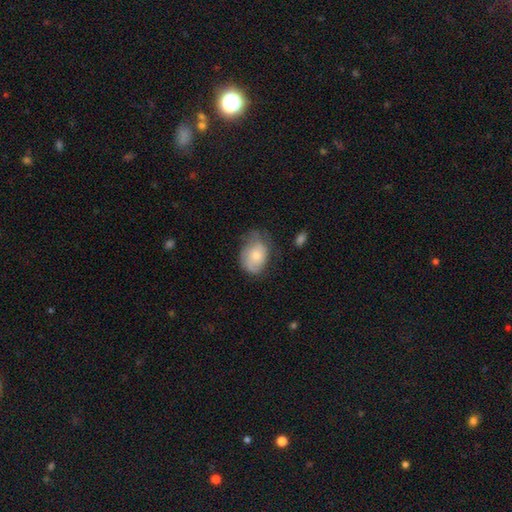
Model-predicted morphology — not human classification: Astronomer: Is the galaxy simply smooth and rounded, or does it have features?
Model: smooth — 61%.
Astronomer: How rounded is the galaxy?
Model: in between — 70%.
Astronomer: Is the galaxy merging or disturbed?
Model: none — 43% (runner-up: minor disturbance, 36%).